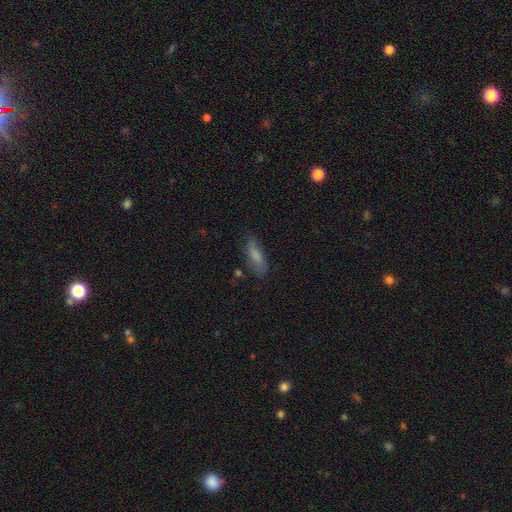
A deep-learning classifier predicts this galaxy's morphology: Smooth or featured? Predicted: smooth (p=0.77). How rounded? Predicted: in between (p=0.61). Merging? Predicted: none (p=0.75).